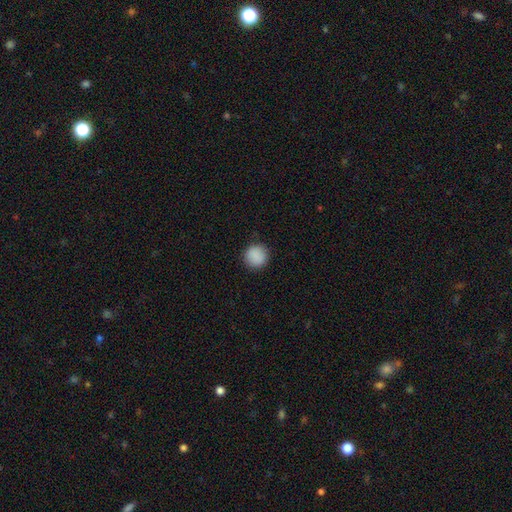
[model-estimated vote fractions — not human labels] Overall: smooth (89%). How rounded: round (94%). Merging: none (91%).